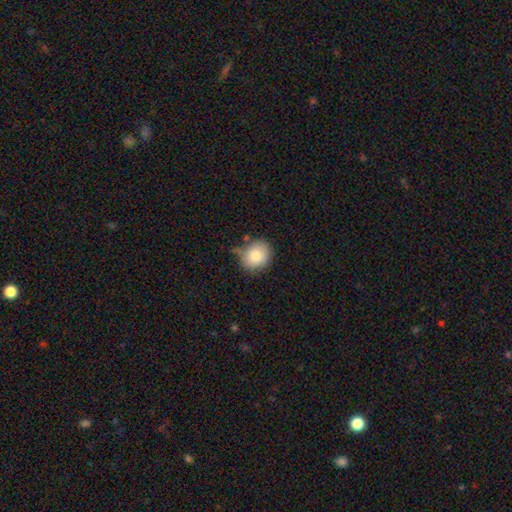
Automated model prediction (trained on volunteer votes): smooth_or_featured: smooth (p=0.82) [alt: featured or disk p=0.10]
how_rounded: round (p=0.68) [alt: in between p=0.31]
merging: none (p=0.65) [alt: minor disturbance p=0.24]